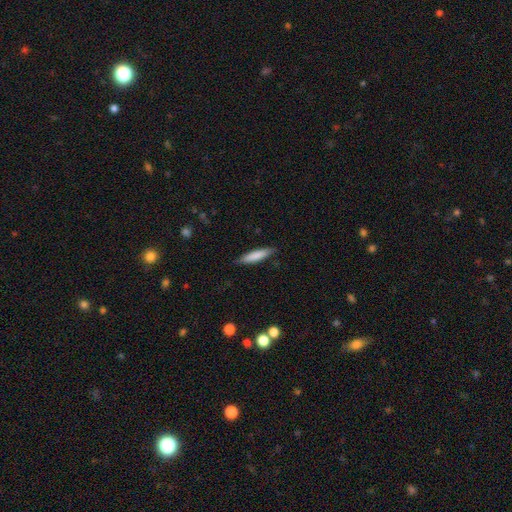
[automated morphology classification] Smooth or featured? smooth (79%)
How rounded? cigar-shaped (82%)
Merging? none (85%)